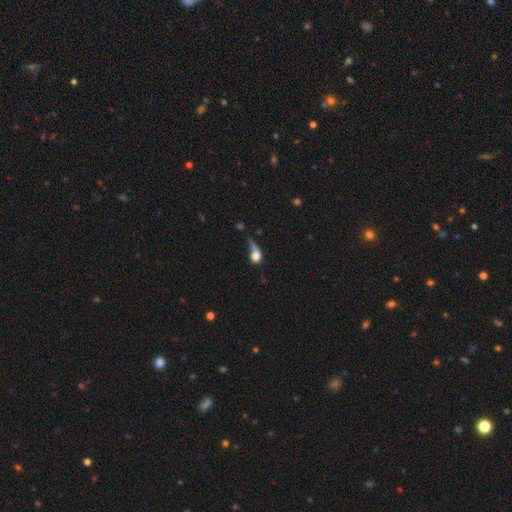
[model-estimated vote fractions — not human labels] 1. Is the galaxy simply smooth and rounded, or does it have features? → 65% smooth, 24% featured or disk, 11% star or artifact.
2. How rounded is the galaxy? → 51% round, 41% in between, 8% cigar-shaped.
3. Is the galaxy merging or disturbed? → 49% major disturbance, 20% none, 19% minor disturbance, 12% merger.